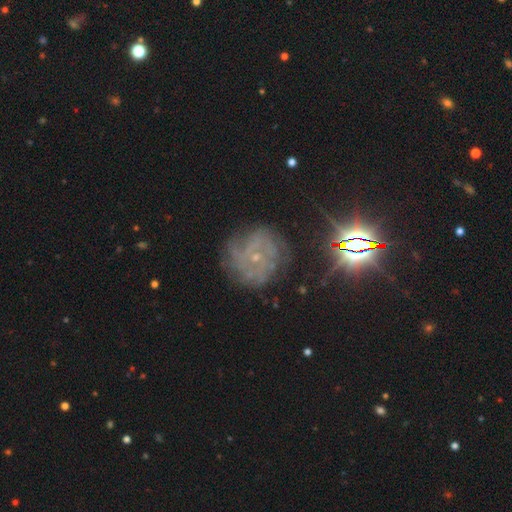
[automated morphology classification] featured or disk 66%, star or artifact 23%, smooth 12%. Down the decision tree: edge-on disk — no (96%); bar — no (75%); spiral arms — yes (89%); spiral arm count — can't tell (41%); spiral winding — tight (60%); bulge size — small (82%); merging — none (72%).